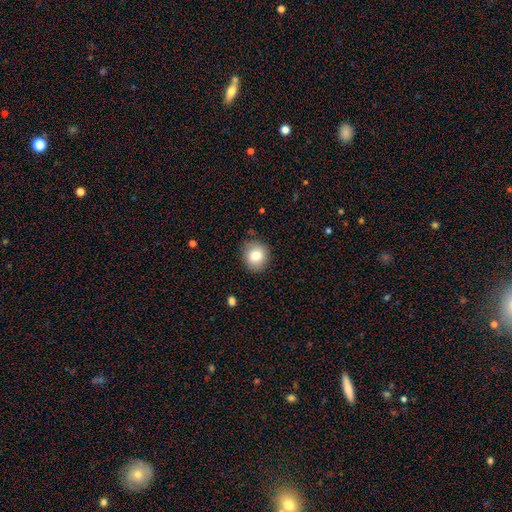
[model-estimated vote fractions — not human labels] Overall: smooth (80%). How rounded: round (85%). Merging: none (86%).